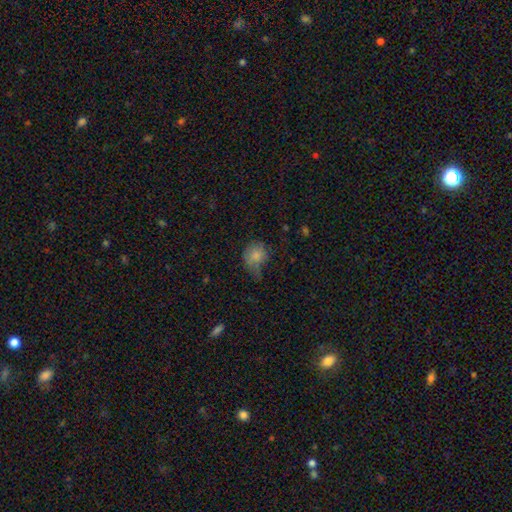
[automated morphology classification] This appears to be a smooth galaxy with no disk features (77%) that is round (65%). Merging: minor disturbance (36%).